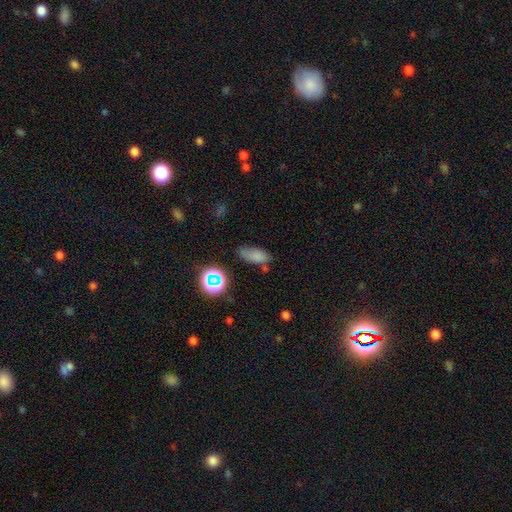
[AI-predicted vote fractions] A smooth galaxy with no disk features (74%) that is in between round and cigar-shaped (82%).

Vote fractions:
- Smooth or featured? smooth: 74% / star or artifact: 17% / featured or disk: 9%
- How rounded? in between: 82% / cigar-shaped: 11% / round: 7%
- Merging? none: 60% / minor disturbance: 25% / merger: 8% / major disturbance: 8%